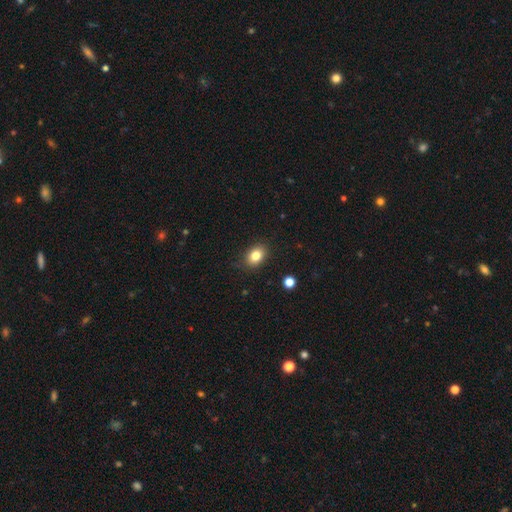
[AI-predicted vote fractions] This appears to be a smooth galaxy with no disk features (82%) that is in between round and cigar-shaped (71%). Merging: none (85%).